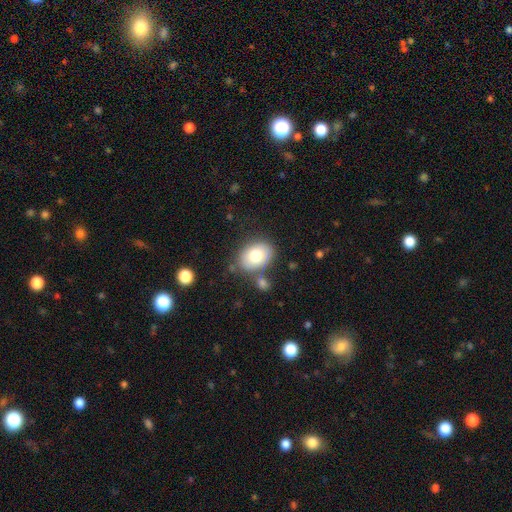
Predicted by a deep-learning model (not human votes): This appears to be a smooth galaxy with no disk features (77%) that is in between round and cigar-shaped (75%). Merging: none (70%).